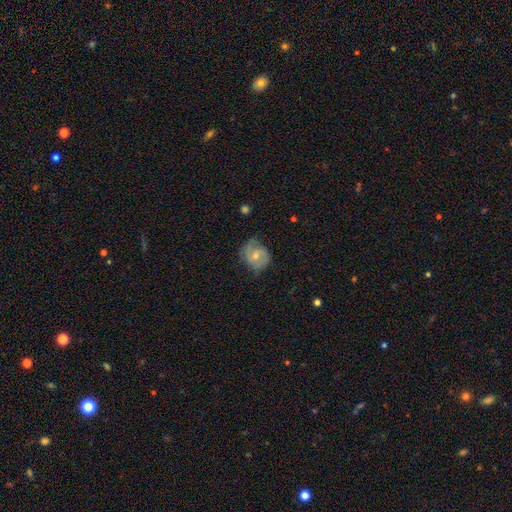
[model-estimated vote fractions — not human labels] Smooth or featured: featured or disk — 54% (smooth — 39%)
Edge-on disk: no — 97% (yes — 3%)
Bar: no — 52% (weak — 40%)
Spiral arms: yes — 83% (no — 17%)
Bulge size: moderate — 48% (small — 45%)
Merging: none — 57% (minor disturbance — 29%)